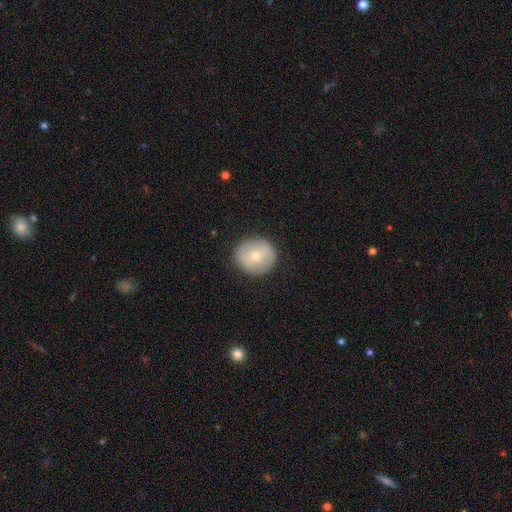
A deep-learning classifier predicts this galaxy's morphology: smooth 68%, featured or disk 25%, star or artifact 7%. Down the decision tree: how rounded — round (90%); merging — none (88%).